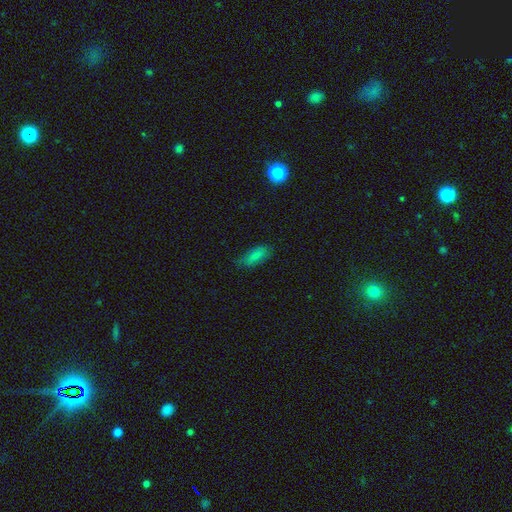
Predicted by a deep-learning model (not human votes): smooth 83%, star or artifact 9%, featured or disk 8%. Down the decision tree: how rounded — in between (79%); merging — none (70%).